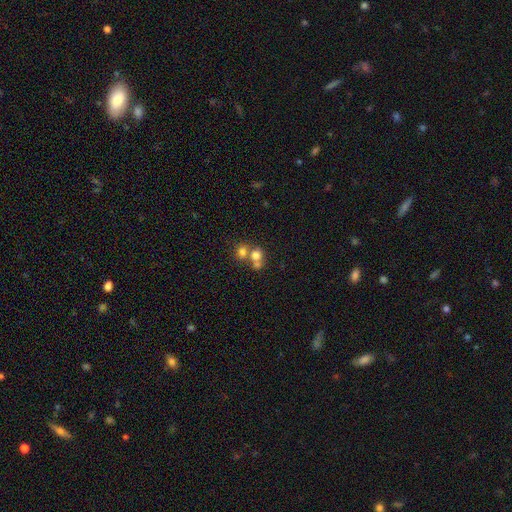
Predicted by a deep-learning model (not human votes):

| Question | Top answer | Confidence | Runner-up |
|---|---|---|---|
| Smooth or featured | smooth | 72% | featured or disk (14%) |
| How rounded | round | 73% | in between (26%) |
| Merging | merger | 57% | none (34%) |